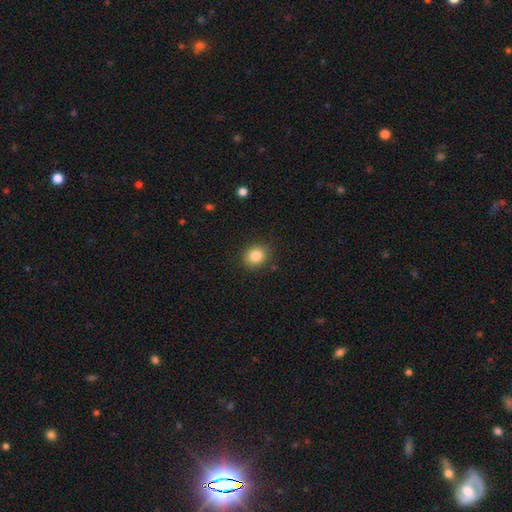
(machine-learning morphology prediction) A smooth galaxy with no disk features (83%) that is round (74%).

Vote fractions:
- Smooth or featured? smooth: 83% / star or artifact: 10% / featured or disk: 6%
- How rounded? round: 74% / in between: 25% / cigar-shaped: 1%
- Merging? none: 87% / minor disturbance: 9% / major disturbance: 3% / merger: 1%